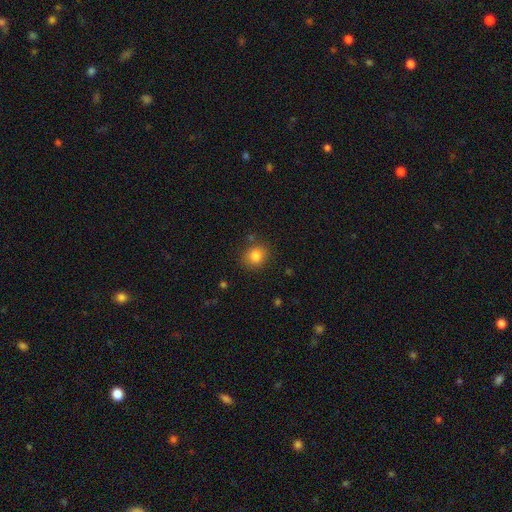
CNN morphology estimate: Smooth or featured?
  - smooth: 83% *
  - star or artifact: 11%
  - featured or disk: 6%
How rounded?
  - round: 77% *
  - in between: 22%
  - cigar-shaped: 1%
Merging?
  - none: 84% *
  - minor disturbance: 10%
  - major disturbance: 3%
  - merger: 3%